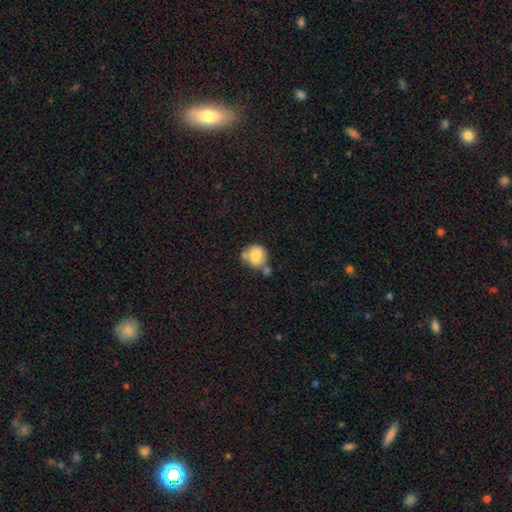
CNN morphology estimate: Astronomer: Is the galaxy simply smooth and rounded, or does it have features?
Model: smooth — 77%.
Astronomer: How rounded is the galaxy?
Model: round — 83%.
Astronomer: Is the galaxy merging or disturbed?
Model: none — 45% (runner-up: merger, 32%).